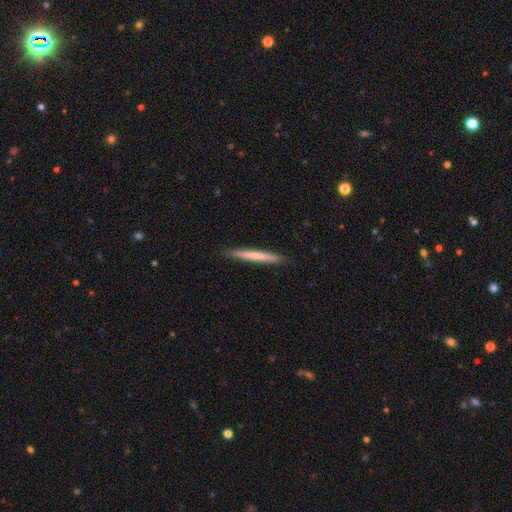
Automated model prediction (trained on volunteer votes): Q: Smooth or featured?
A: smooth (65%); runner-up: featured or disk (30%)
Q: How rounded?
A: cigar-shaped (97%); runner-up: in between (2%)
Q: Merging?
A: none (90%); runner-up: minor disturbance (7%)